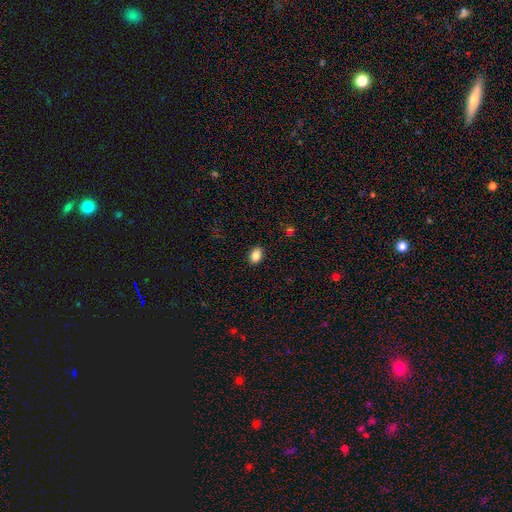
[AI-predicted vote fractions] smooth-or-featured: smooth: 85% | star or artifact: 9% | featured or disk: 6%
  how-rounded: in between: 80% | round: 19% | cigar-shaped: 1%
  merging: none: 89% | minor disturbance: 8% | major disturbance: 2% | merger: 1%